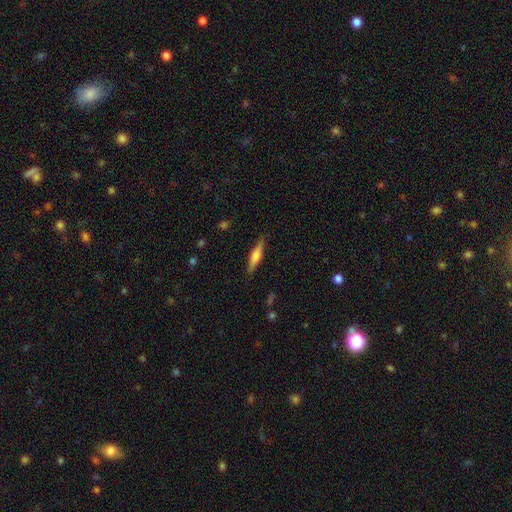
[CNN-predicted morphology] A smooth galaxy with no disk features (48%). Merging: none (86%).